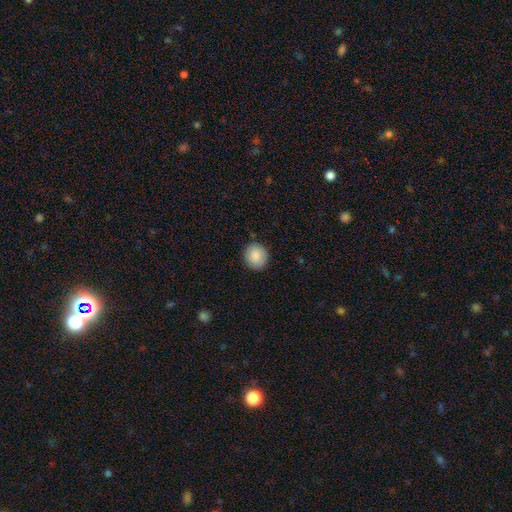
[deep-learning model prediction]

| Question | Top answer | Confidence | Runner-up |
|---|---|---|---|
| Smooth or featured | smooth | 87% | star or artifact (7%) |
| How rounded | round | 86% | in between (13%) |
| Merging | none | 88% | minor disturbance (9%) |